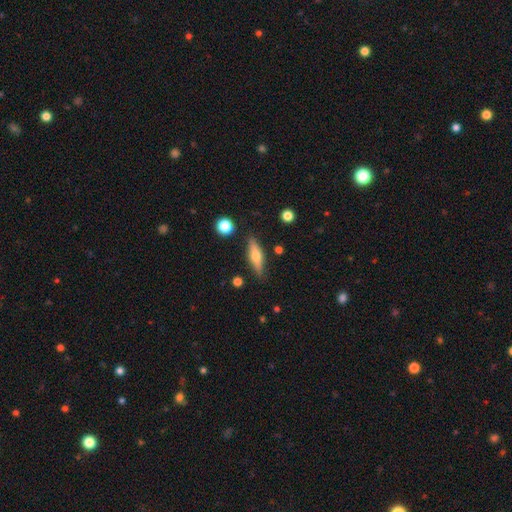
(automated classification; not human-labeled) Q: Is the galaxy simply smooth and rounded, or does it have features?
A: smooth — 47%.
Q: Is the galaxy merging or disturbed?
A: none — 84%.